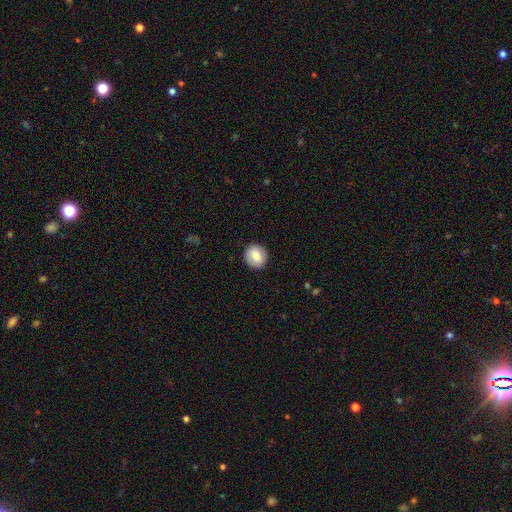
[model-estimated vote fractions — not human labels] Smooth or featured: smooth — 80% (featured or disk — 13%)
How rounded: round — 84% (in between — 15%)
Merging: none — 89% (minor disturbance — 8%)